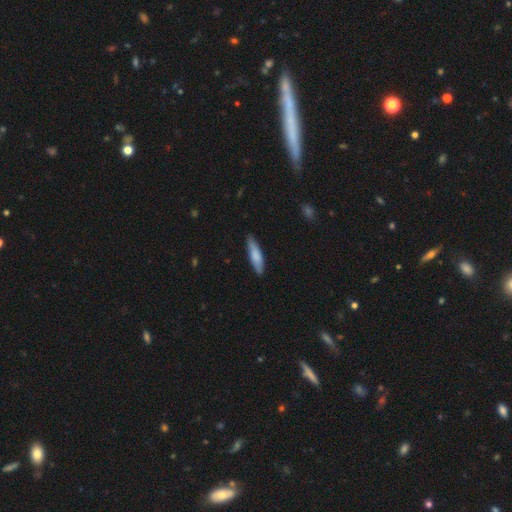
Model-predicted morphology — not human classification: type=smooth (76%); roundness=cigar-shaped (71%); merging=none (83%).